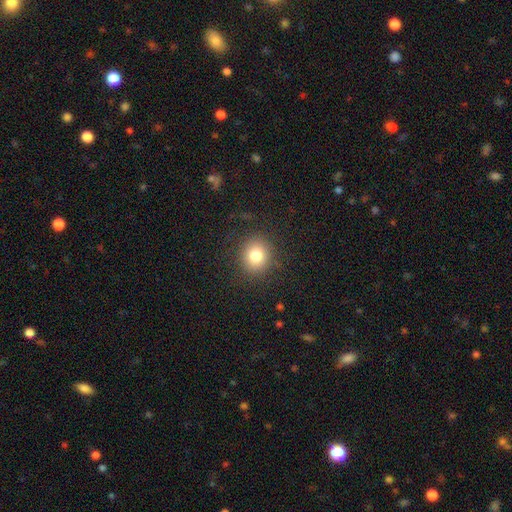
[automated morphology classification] type=smooth (80%); roundness=round (83%); merging=none (88%).